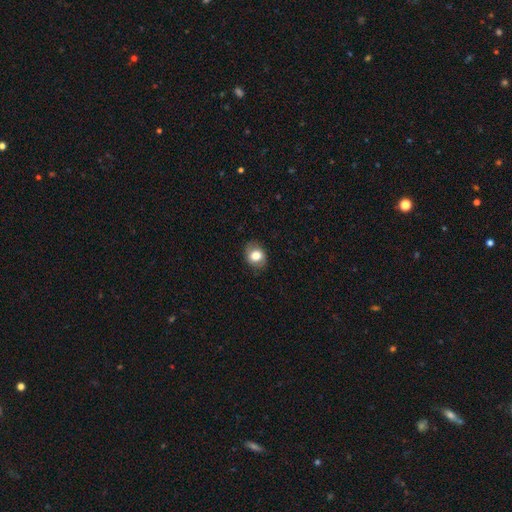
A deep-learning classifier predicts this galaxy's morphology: smooth-or-featured: smooth: 75% | featured or disk: 16% | star or artifact: 9%
  how-rounded: round: 53% | in between: 46% | cigar-shaped: 1%
  merging: none: 82% | minor disturbance: 13% | major disturbance: 4% | merger: 1%